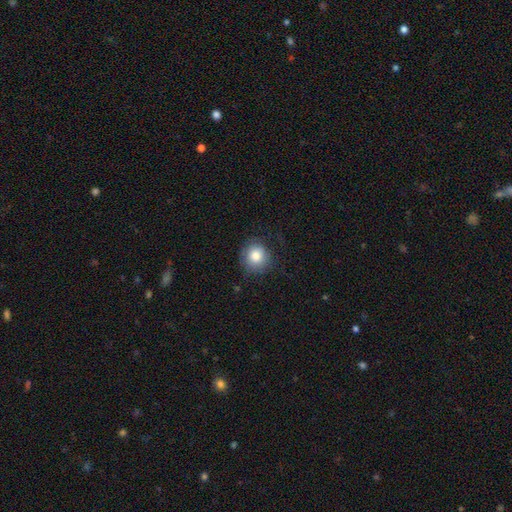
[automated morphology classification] The model was most divided on "merging": none: 72%, minor disturbance: 19%, major disturbance: 7%, merger: 1%. More confident: how rounded — round (87%); smooth or featured — smooth (81%).